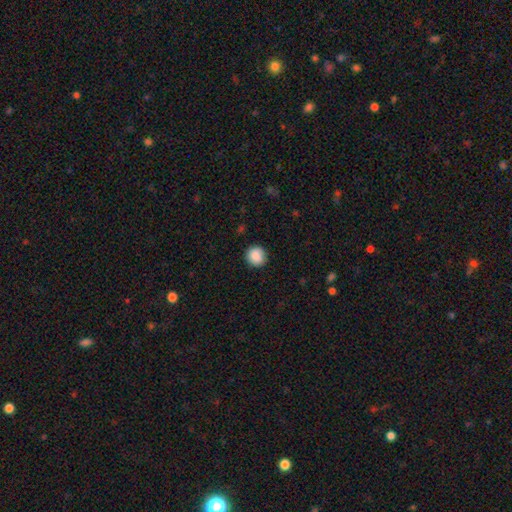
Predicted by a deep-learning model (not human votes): Smooth or featured: smooth — 88% (star or artifact — 8%)
How rounded: round — 91% (in between — 8%)
Merging: none — 89% (minor disturbance — 8%)